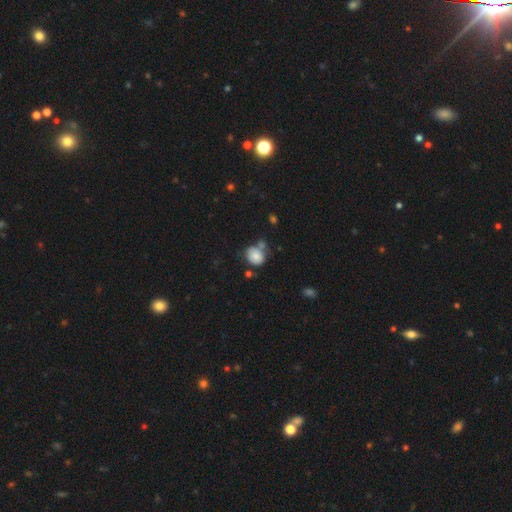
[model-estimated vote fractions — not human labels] smooth 77%, featured or disk 14%, star or artifact 9%. Down the decision tree: how rounded — round (67%); merging — none (55%).